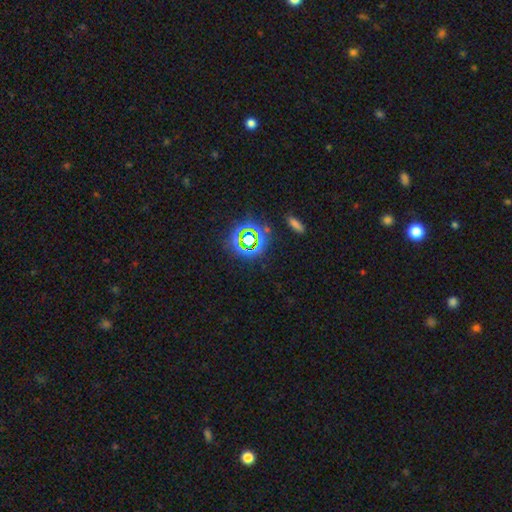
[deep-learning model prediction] Smooth or featured? Predicted: star or artifact (p=0.55).